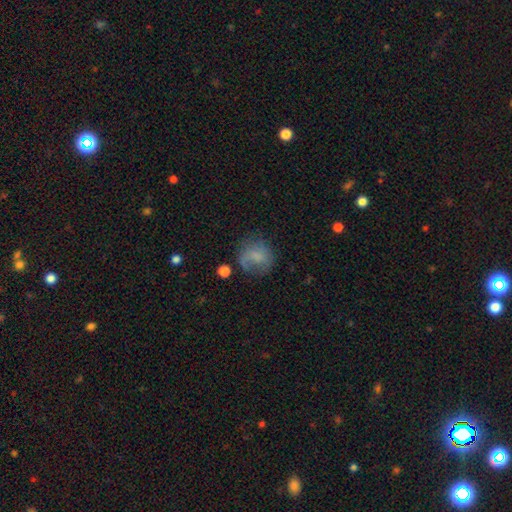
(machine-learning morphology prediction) smooth_or_featured: smooth (p=0.62) [alt: featured or disk p=0.27]
how_rounded: round (p=0.73) [alt: in between p=0.26]
merging: none (p=0.52) [alt: minor disturbance p=0.24]